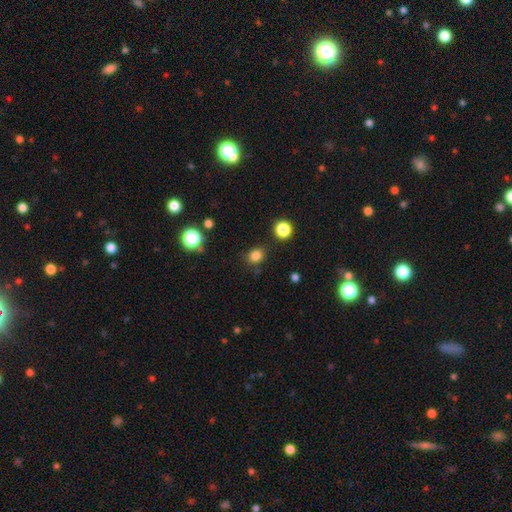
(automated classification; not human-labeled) smooth 82%, star or artifact 14%, featured or disk 4%. Down the decision tree: how rounded — round (70%); merging — none (82%).